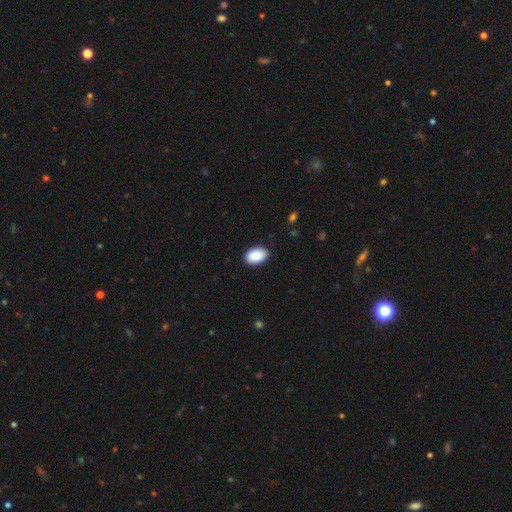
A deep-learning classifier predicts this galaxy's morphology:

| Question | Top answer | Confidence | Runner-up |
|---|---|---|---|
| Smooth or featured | smooth | 90% | star or artifact (6%) |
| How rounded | in between | 91% | round (8%) |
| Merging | none | 86% | minor disturbance (11%) |